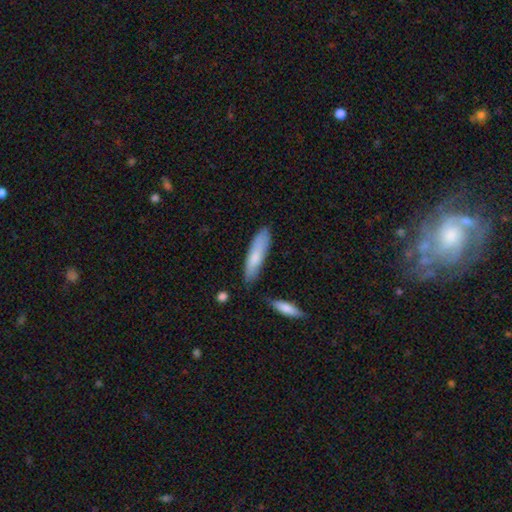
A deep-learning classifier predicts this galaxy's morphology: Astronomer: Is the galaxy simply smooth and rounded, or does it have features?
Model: smooth — 76%.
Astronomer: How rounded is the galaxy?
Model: cigar-shaped — 74%.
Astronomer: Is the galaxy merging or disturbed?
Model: none — 75%.